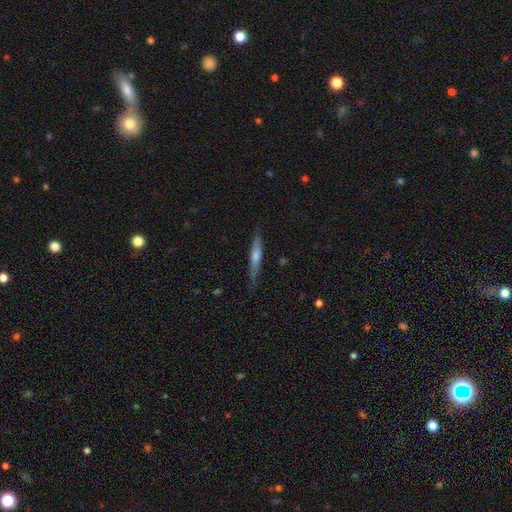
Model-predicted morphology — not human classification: Smooth or featured?
  - smooth: 52% *
  - featured or disk: 42%
  - star or artifact: 6%
How rounded?
  - cigar-shaped: 91% *
  - in between: 7%
  - round: 2%
Merging?
  - none: 80% *
  - minor disturbance: 16%
  - major disturbance: 3%
  - merger: 2%